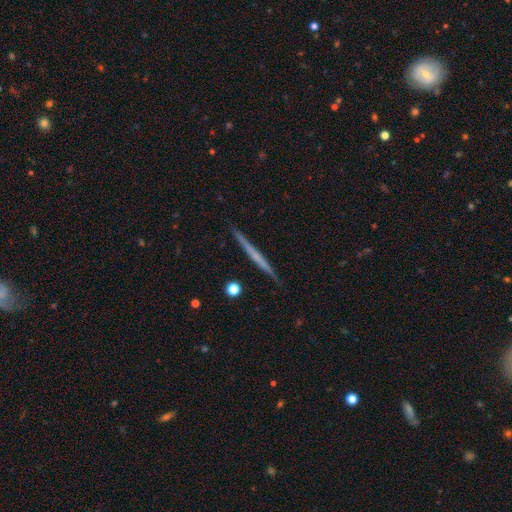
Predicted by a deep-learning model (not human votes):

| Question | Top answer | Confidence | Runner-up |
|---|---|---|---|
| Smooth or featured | featured or disk | 57% | smooth (38%) |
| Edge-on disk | yes | 98% | no (2%) |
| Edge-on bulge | none | 86% | rounded (10%) |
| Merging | none | 91% | minor disturbance (6%) |